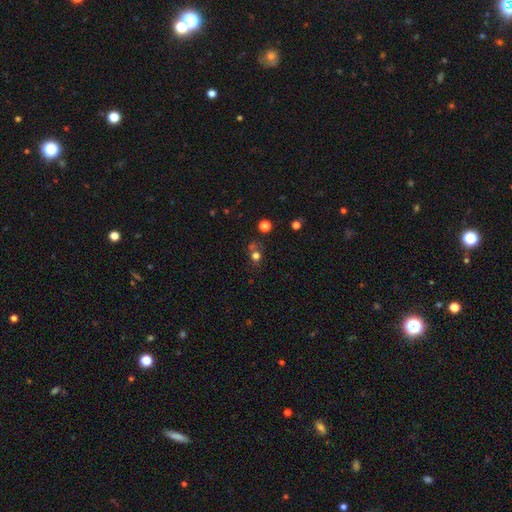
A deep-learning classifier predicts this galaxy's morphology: smooth_or_featured: smooth (p=0.66) [alt: star or artifact p=0.24]
how_rounded: round (p=0.78) [alt: in between p=0.21]
merging: none (p=0.58) [alt: merger p=0.21]